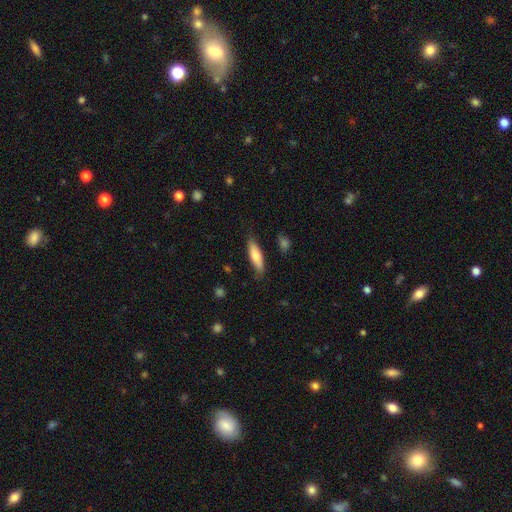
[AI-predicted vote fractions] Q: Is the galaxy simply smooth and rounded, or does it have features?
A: smooth — 72%.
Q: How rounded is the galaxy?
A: cigar-shaped — 58%.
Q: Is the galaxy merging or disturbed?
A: none — 80%.